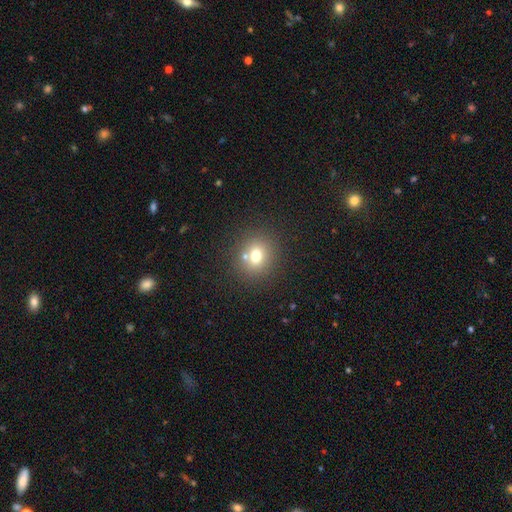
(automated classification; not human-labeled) A smooth galaxy with no disk features (72%) that is round (78%). Merging: none (72%).